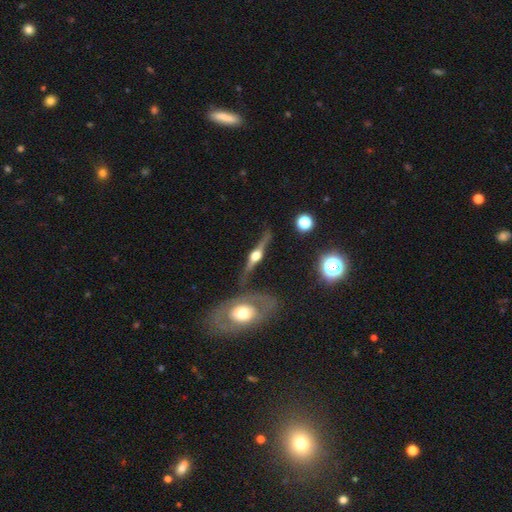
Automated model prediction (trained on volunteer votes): A featured or disk galaxy (85%) viewed edge-on (93%) with a rounded central bulge (95%). Merging: none (72%).